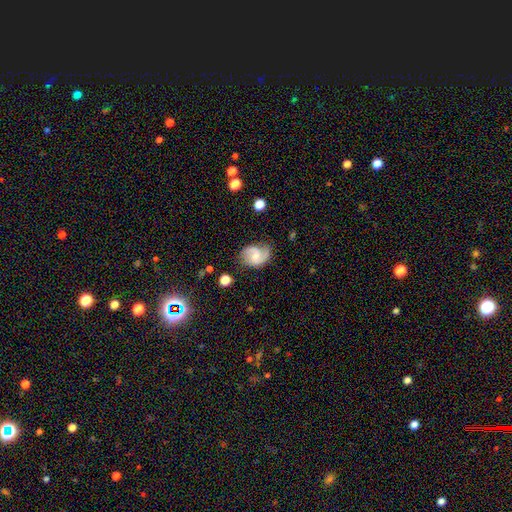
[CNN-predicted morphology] smooth_or_featured: featured or disk (p=0.75) [alt: smooth p=0.18]
disk_edge_on: no (p=0.98) [alt: yes p=0.02]
bar: no (p=0.48) [alt: weak p=0.45]
has_spiral_arms: yes (p=0.95) [alt: no p=0.05]
spiral_winding: medium (p=0.49) [alt: loose p=0.28]
spiral_arm_count: 2 (p=0.83) [alt: 1 p=0.08]
bulge_size: small (p=0.46) [alt: moderate p=0.39]
merging: none (p=0.68) [alt: minor disturbance p=0.22]